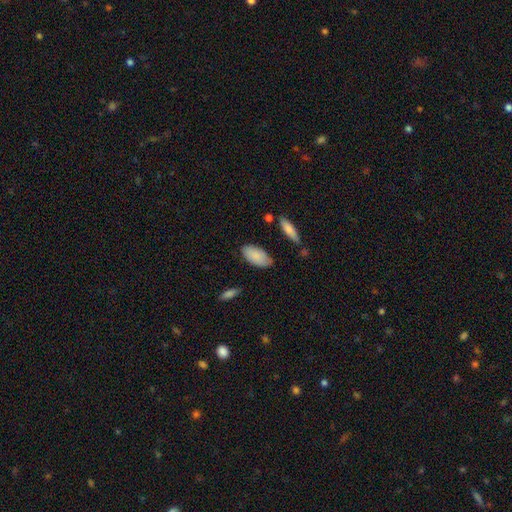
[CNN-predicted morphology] Smooth or featured? Predicted: smooth (p=0.84). How rounded? Predicted: in between (p=0.93). Merging? Predicted: none (p=0.77).